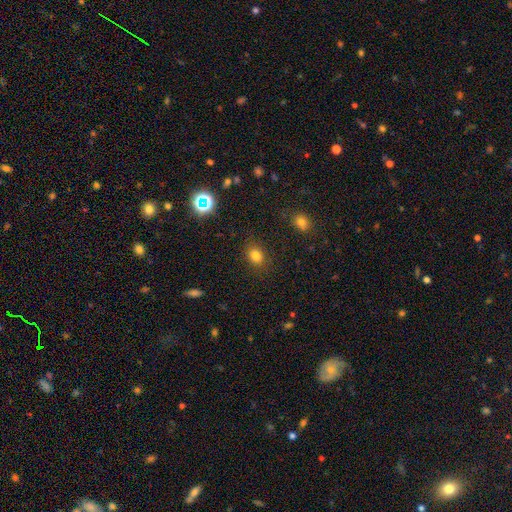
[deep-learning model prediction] Smooth or featured?
  - smooth: 79% *
  - star or artifact: 15%
  - featured or disk: 6%
How rounded?
  - round: 50% *
  - in between: 49%
  - cigar-shaped: 1%
Merging?
  - none: 84% *
  - minor disturbance: 10%
  - major disturbance: 4%
  - merger: 2%